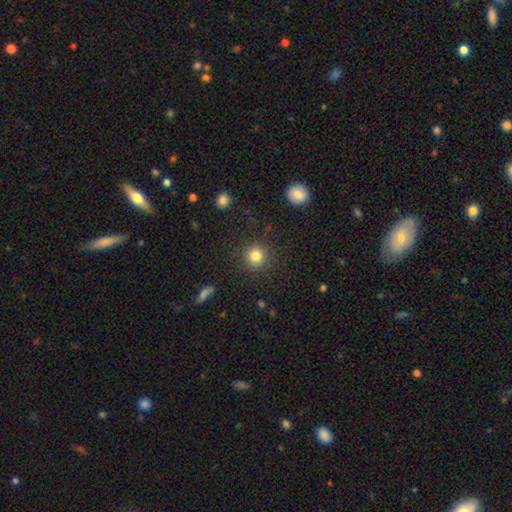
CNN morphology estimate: smooth 82%, star or artifact 11%, featured or disk 6%. Down the decision tree: how rounded — round (94%); merging — none (89%).